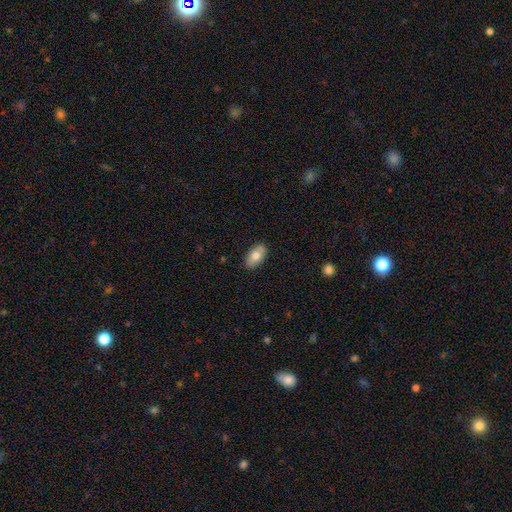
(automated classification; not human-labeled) Smooth or featured? smooth (75%)
How rounded? in between (94%)
Merging? none (86%)